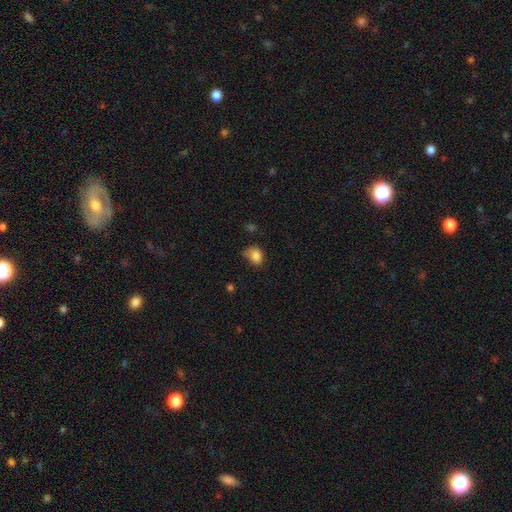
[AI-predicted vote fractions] Smooth or featured?
  - smooth: 84% *
  - star or artifact: 10%
  - featured or disk: 6%
How rounded?
  - in between: 60% *
  - round: 39%
  - cigar-shaped: 1%
Merging?
  - none: 53% *
  - minor disturbance: 34%
  - major disturbance: 10%
  - merger: 4%